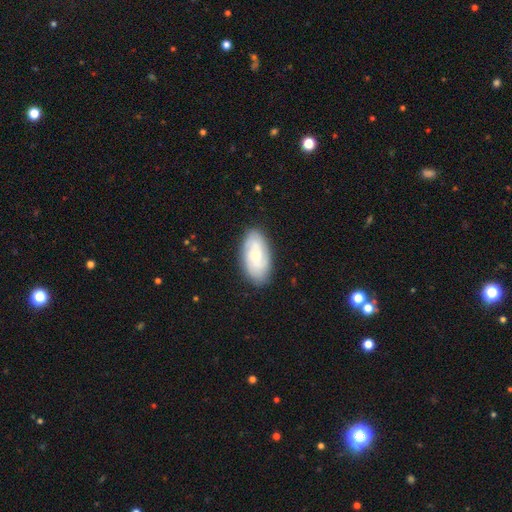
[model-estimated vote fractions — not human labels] The model was most divided on "bulge size": small: 52%, moderate: 39%, large: 4%, none: 4%, dominant: 1%. More confident: edge-on disk — no (94%); spiral arms — yes (88%); merging — none (82%); bar — no (70%); smooth or featured — featured or disk (54%).